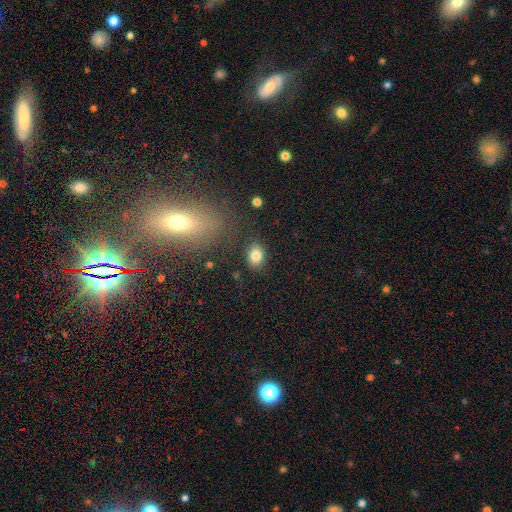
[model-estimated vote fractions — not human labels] Overall: smooth (83%). How rounded: in between (66%; round 33%). Merging: none (83%).